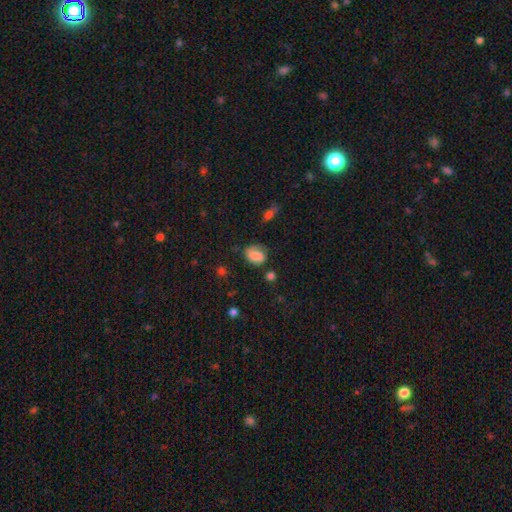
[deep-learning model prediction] This is likely a smooth galaxy (74%). How rounded: possibly in between (56%). Merging: possibly none (53%).